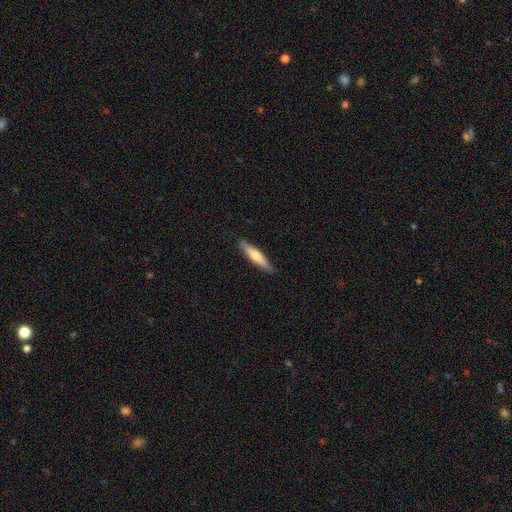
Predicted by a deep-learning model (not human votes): smooth-or-featured: smooth: 57% | featured or disk: 37% | star or artifact: 5%
  how-rounded: cigar-shaped: 81% | in between: 18% | round: 1%
  merging: none: 88% | minor disturbance: 9% | major disturbance: 2% | merger: 1%